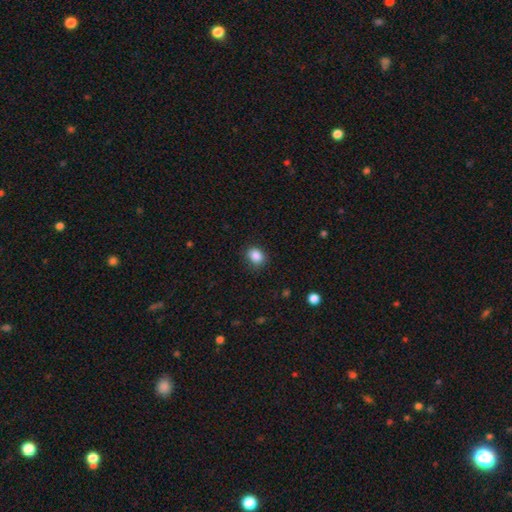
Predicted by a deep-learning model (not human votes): smooth_or_featured: smooth (p=0.87) [alt: star or artifact p=0.10]
how_rounded: round (p=0.57) [alt: in between p=0.42]
merging: none (p=0.83) [alt: minor disturbance p=0.13]